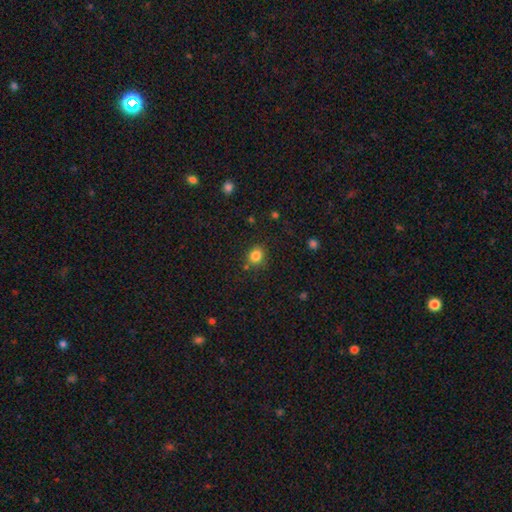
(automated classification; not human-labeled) Smooth or featured? Predicted: smooth (p=0.83). How rounded? Predicted: round (p=0.78). Merging? Predicted: none (p=0.81).